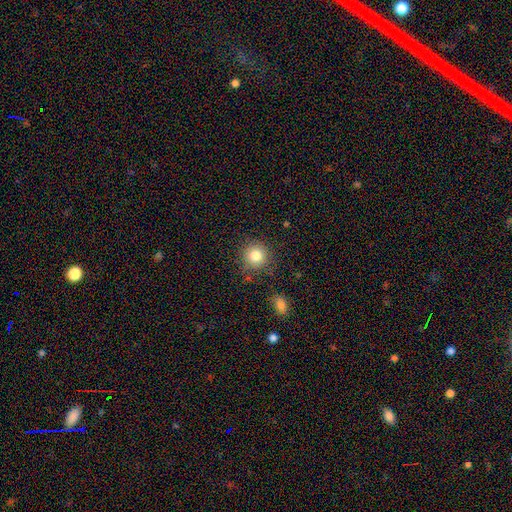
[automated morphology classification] A smooth galaxy with no disk features (82%) that is round (93%).

Vote fractions:
- Smooth or featured? smooth: 82% / star or artifact: 11% / featured or disk: 7%
- How rounded? round: 93% / in between: 6% / cigar-shaped: 1%
- Merging? none: 84% / minor disturbance: 10% / major disturbance: 3% / merger: 3%